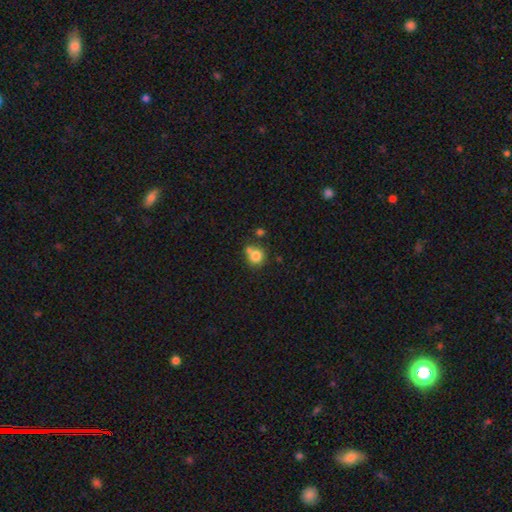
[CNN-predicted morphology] A smooth galaxy with no disk features (79%) that is round (84%).

Vote fractions:
- Smooth or featured? smooth: 79% / star or artifact: 11% / featured or disk: 10%
- How rounded? round: 84% / in between: 15% / cigar-shaped: 1%
- Merging? none: 54% / merger: 26% / minor disturbance: 14% / major disturbance: 5%